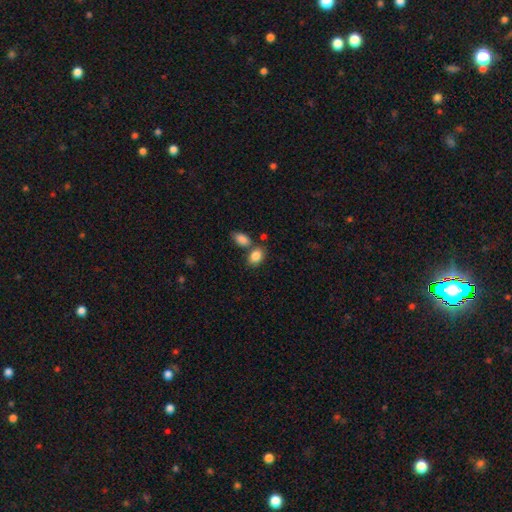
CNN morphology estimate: smooth-or-featured: smooth: 86% | star or artifact: 8% | featured or disk: 6%
  how-rounded: in between: 79% | round: 20% | cigar-shaped: 1%
  merging: none: 57% | merger: 27% | minor disturbance: 12% | major disturbance: 4%